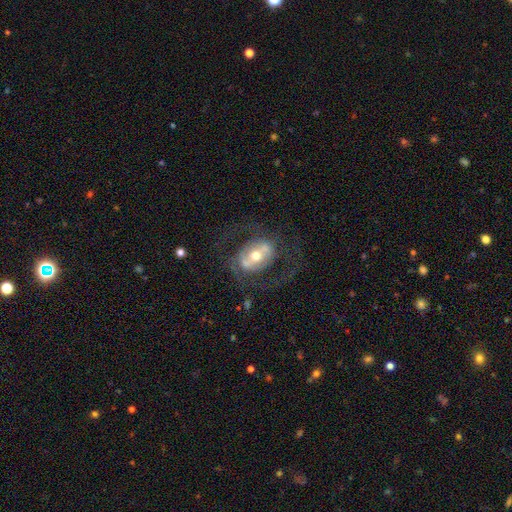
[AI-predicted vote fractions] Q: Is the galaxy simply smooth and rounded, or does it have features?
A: featured or disk — 74%.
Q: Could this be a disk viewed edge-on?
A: no — 94%.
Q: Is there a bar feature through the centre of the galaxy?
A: strong — 39%.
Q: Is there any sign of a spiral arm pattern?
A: yes — 64%.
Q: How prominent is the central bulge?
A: moderate — 65%.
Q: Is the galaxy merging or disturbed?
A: none — 62%.